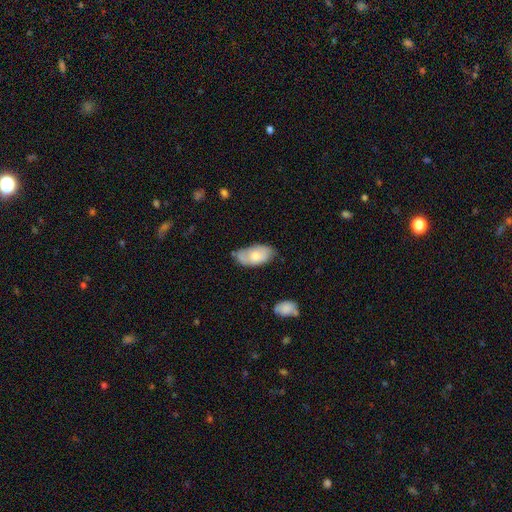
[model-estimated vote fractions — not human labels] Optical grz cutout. It shows a smooth galaxy with no disk features (68%) that is in between round and cigar-shaped (94%). Merging: none (60%).